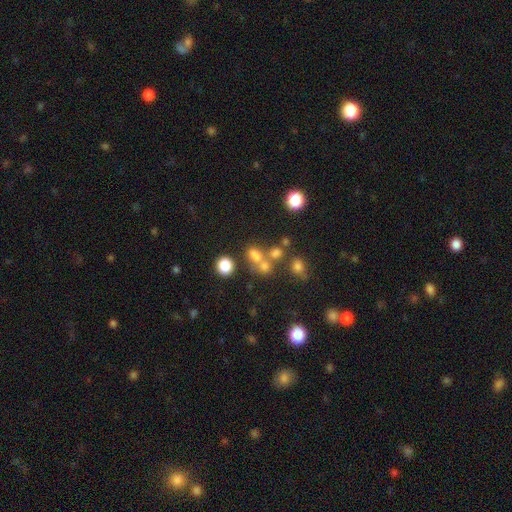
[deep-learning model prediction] Overall: smooth (64%). How rounded: round (55%; in between 43%). Merging: merger (42%; none 40%).